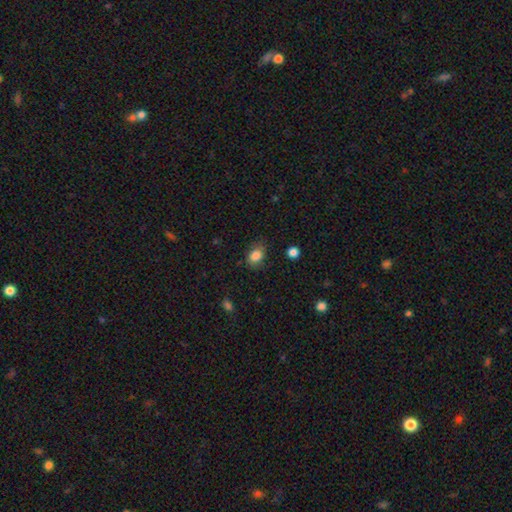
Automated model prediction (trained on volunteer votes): Smooth or featured? Predicted: smooth (p=0.85). How rounded? Predicted: in between (p=0.70). Merging? Predicted: none (p=0.72).